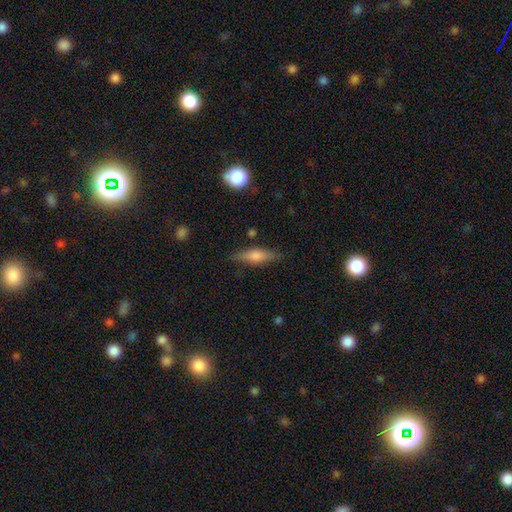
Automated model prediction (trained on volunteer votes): Smooth or featured? featured or disk (47%)
Merging? none (82%)